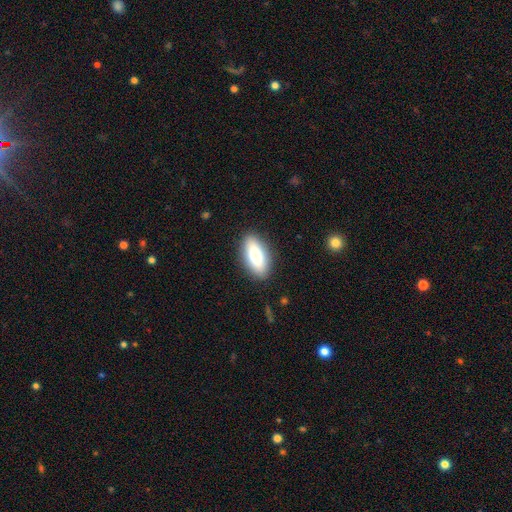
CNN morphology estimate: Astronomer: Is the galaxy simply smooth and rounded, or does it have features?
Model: smooth — 76%.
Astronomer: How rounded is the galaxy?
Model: in between — 84%.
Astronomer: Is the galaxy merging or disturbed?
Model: none — 88%.